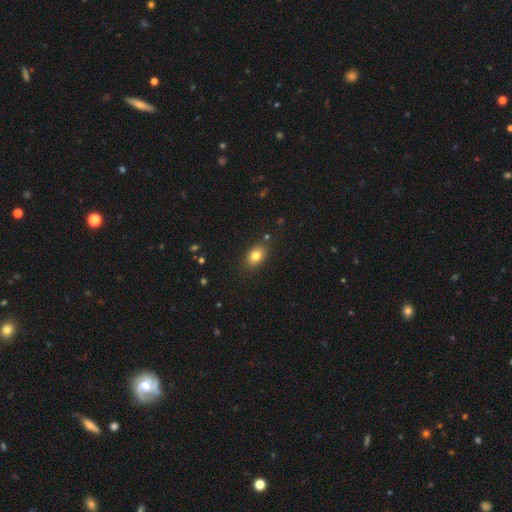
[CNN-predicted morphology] The model was most divided on "how rounded": in between: 78%, round: 20%, cigar-shaped: 1%. More confident: merging — none (85%); smooth or featured — smooth (81%).